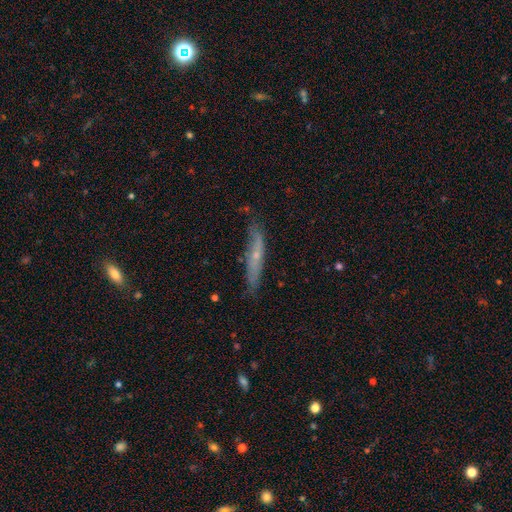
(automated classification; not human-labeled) Q: Smooth or featured?
A: featured or disk (52%); runner-up: smooth (40%)
Q: Edge-on disk?
A: yes (74%); runner-up: no (26%)
Q: Merging?
A: none (71%); runner-up: minor disturbance (22%)